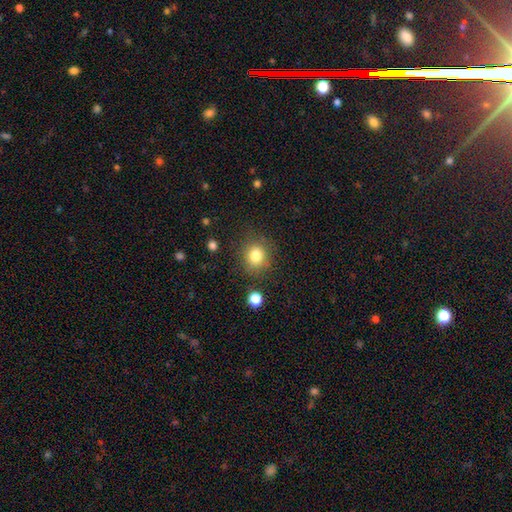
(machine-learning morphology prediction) Q: Smooth or featured?
A: smooth (82%); runner-up: star or artifact (11%)
Q: How rounded?
A: round (82%); runner-up: in between (17%)
Q: Merging?
A: none (82%); runner-up: minor disturbance (11%)